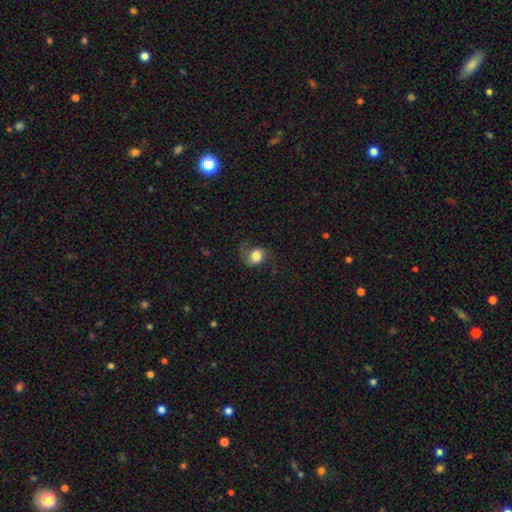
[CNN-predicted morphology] Q: Smooth or featured?
A: smooth (57%); runner-up: featured or disk (33%)
Q: How rounded?
A: round (59%); runner-up: in between (40%)
Q: Merging?
A: none (58%); runner-up: minor disturbance (22%)